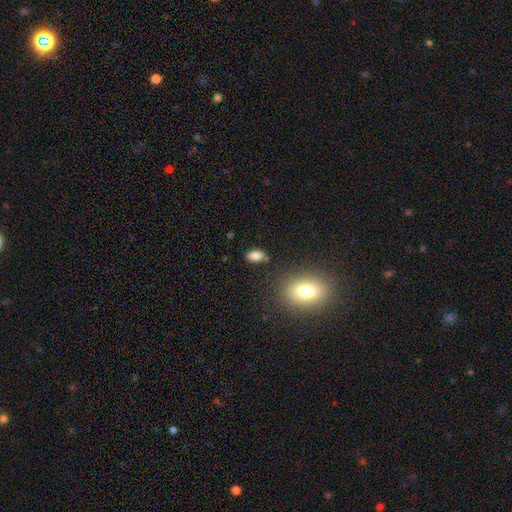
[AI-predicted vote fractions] Smooth or featured?
  - smooth: 82% *
  - star or artifact: 11%
  - featured or disk: 7%
How rounded?
  - in between: 88% *
  - round: 7%
  - cigar-shaped: 5%
Merging?
  - none: 79% *
  - minor disturbance: 13%
  - merger: 4%
  - major disturbance: 4%